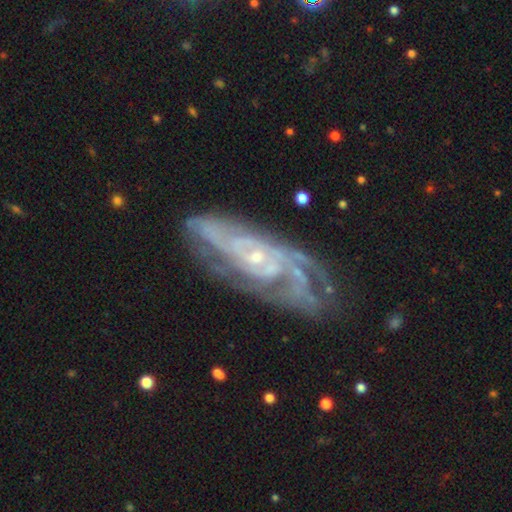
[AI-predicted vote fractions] Q: Smooth or featured?
A: featured or disk (87%); runner-up: star or artifact (7%)
Q: Edge-on disk?
A: no (91%); runner-up: yes (9%)
Q: Bar?
A: no (68%); runner-up: weak (24%)
Q: Spiral arms?
A: yes (97%); runner-up: no (3%)
Q: Spiral winding?
A: tight (62%); runner-up: medium (31%)
Q: Spiral arm count?
A: can't tell (26%); runner-up: 3 (23%)
Q: Bulge size?
A: small (80%); runner-up: moderate (15%)
Q: Merging?
A: none (72%); runner-up: minor disturbance (18%)